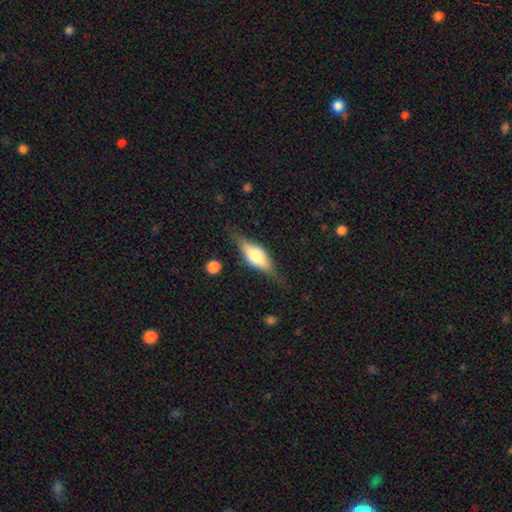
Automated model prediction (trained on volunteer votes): This is possibly a featured or disk galaxy (48%). Merging: likely none (73%).